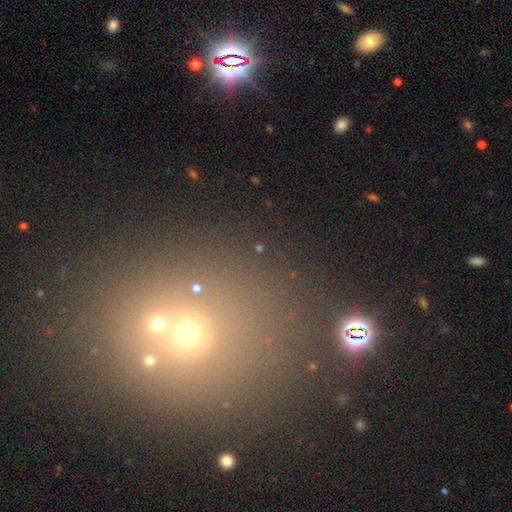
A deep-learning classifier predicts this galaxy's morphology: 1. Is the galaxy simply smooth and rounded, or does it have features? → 50% smooth, 38% star or artifact, 12% featured or disk.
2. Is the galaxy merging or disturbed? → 71% none, 15% merger, 9% minor disturbance, 5% major disturbance.